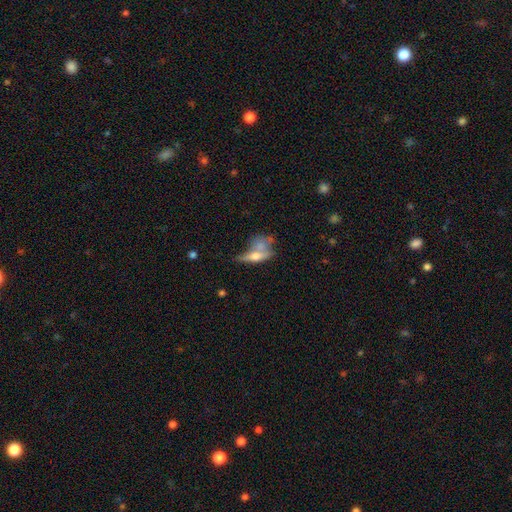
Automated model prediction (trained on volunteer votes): Overall: smooth (47%; featured or disk 44%). Merging: merger (36%; none 32%).